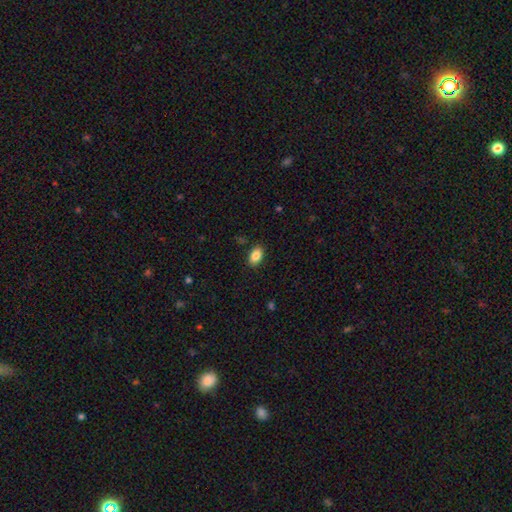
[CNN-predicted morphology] This is clearly a smooth galaxy (86%). How rounded: clearly in between (89%). Merging: clearly none (88%).